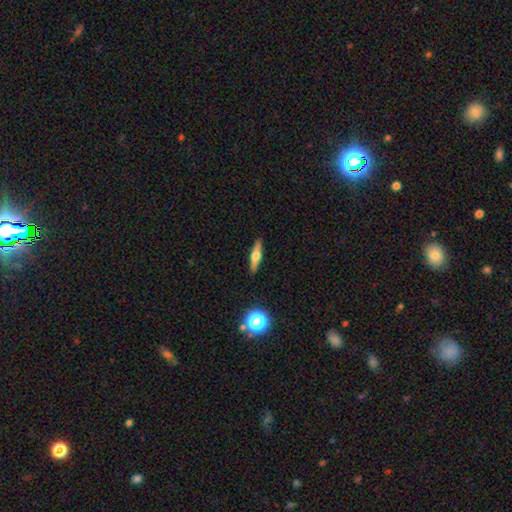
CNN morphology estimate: type=featured or disk (54%); edge-on=yes (94%); edge-on bulge=rounded (93%); merging=none (90%).